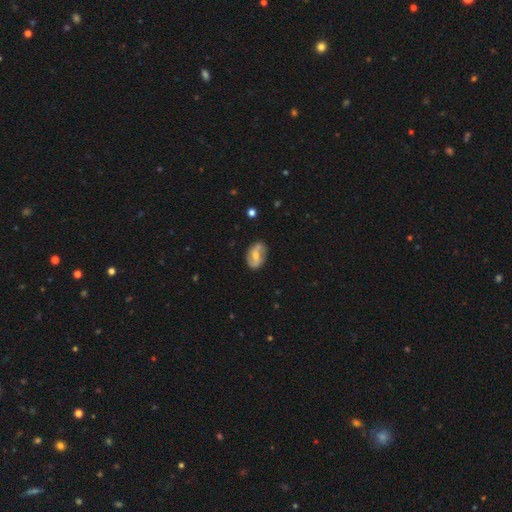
A featured or disk galaxy (64%) with a weak bar (52%), 2 (95%) medium (41%) spiral arms (88%) and a moderate central bulge (80%).

Vote fractions:
- Smooth or featured? featured or disk: 64% / smooth: 28% / star or artifact: 8%
- Edge-on disk? no: 100% / yes: 0%
- Bar? weak: 52% / no: 32% / strong: 16%
- Spiral arms? yes: 88% / no: 12%
- Spiral winding? medium: 41% / loose: 36% / tight: 23%
- Spiral arm count? 2: 95% / can't tell: 5% / 1: 0% / 3: 0% / 4: 0% / more than 4: 0%
- Bulge size? moderate: 80% / small: 16% / large: 4% / dominant: 0% / none: 0%
- Merging? none: 81% / minor disturbance: 19% / major disturbance: 0% / merger: 0%